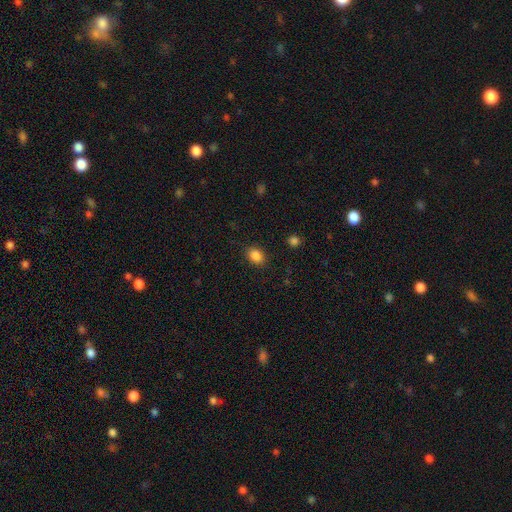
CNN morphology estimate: Smooth or featured? Predicted: smooth (p=0.86). How rounded? Predicted: in between (p=0.64). Merging? Predicted: none (p=0.86).